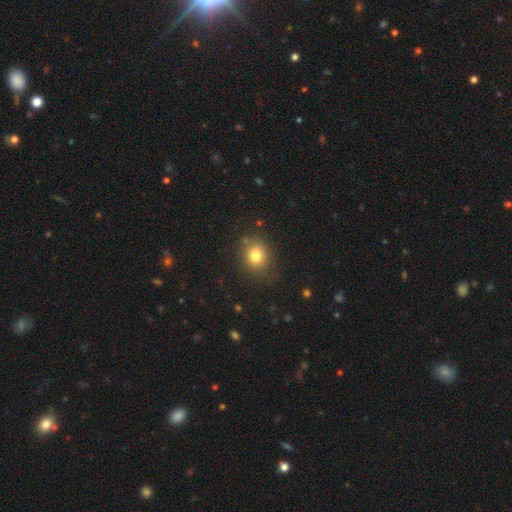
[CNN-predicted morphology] This is likely a smooth galaxy (79%). How rounded: likely round (73%). Merging: clearly none (82%).